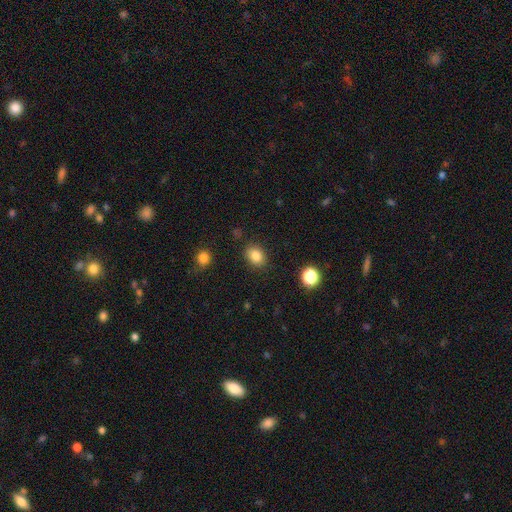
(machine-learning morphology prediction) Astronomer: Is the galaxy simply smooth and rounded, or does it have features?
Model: smooth — 84%.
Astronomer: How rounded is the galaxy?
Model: in between — 59% (runner-up: round, 40%).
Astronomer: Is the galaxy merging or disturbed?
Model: none — 85%.